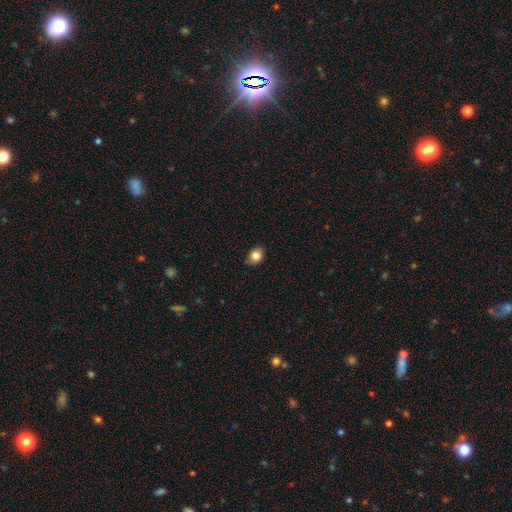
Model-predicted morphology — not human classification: This appears to be a smooth galaxy with no disk features (84%) that is in between round and cigar-shaped (56%). Merging: none (84%).